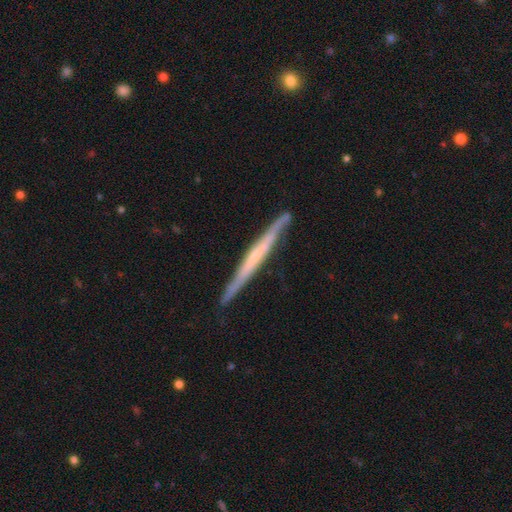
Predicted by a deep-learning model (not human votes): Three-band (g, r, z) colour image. It shows a featured or disk galaxy (67%) viewed edge-on (95%) with no central bulge (67%). Merging: none (85%).